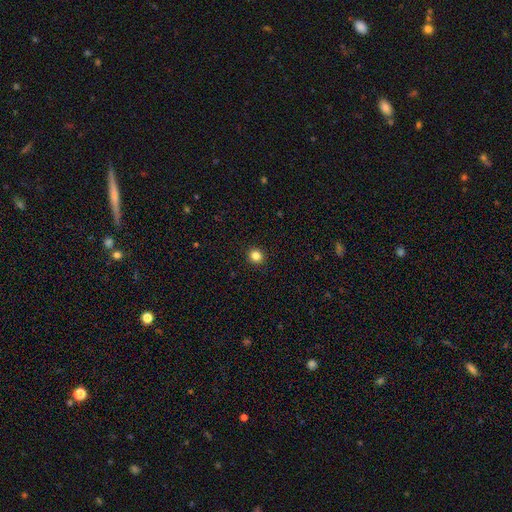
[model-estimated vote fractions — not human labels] Smooth or featured: smooth — 84% (star or artifact — 12%)
How rounded: round — 91% (in between — 8%)
Merging: none — 93% (minor disturbance — 5%)